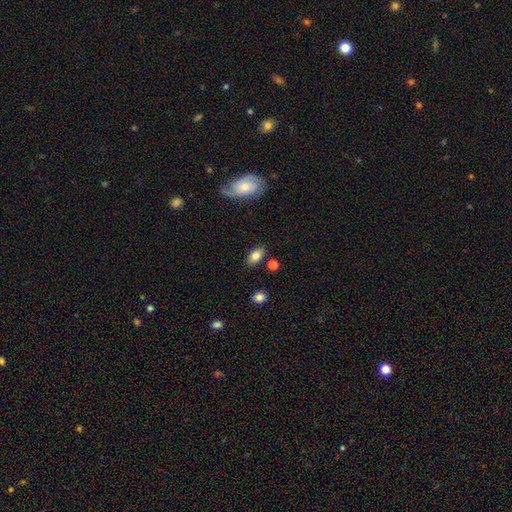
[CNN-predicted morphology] This is likely a smooth galaxy (80%). How rounded: clearly in between (89%). Merging: clearly none (82%).